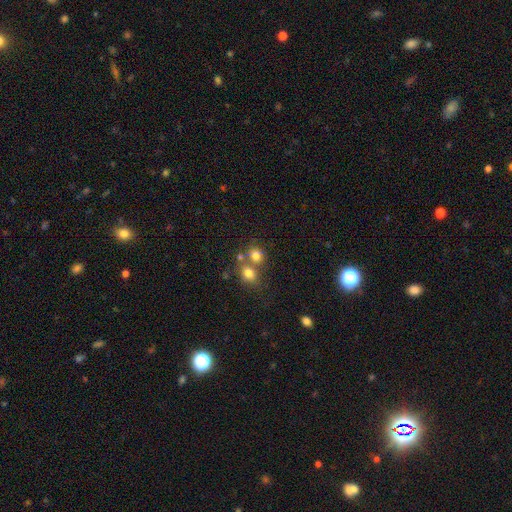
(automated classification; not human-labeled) Q: Smooth or featured?
A: smooth (75%); runner-up: star or artifact (14%)
Q: How rounded?
A: round (71%); runner-up: in between (28%)
Q: Merging?
A: merger (44%); runner-up: none (43%)